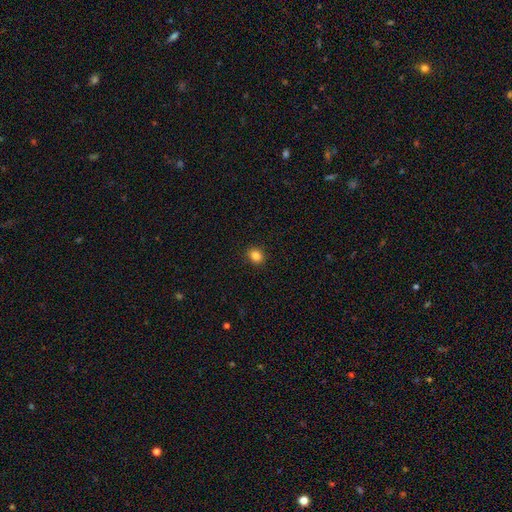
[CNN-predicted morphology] smooth_or_featured: smooth (p=0.85) [alt: star or artifact p=0.11]
how_rounded: round (p=0.68) [alt: in between p=0.31]
merging: none (p=0.91) [alt: minor disturbance p=0.06]